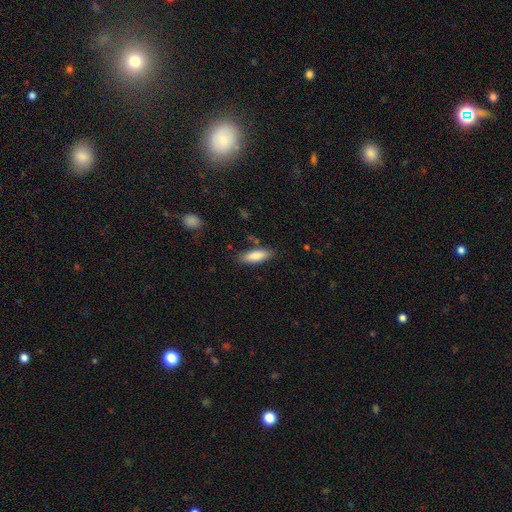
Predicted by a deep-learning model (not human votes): A smooth galaxy with no disk features (85%) that is in between round and cigar-shaped (63%).

Vote fractions:
- Smooth or featured? smooth: 85% / featured or disk: 9% / star or artifact: 6%
- How rounded? in between: 63% / cigar-shaped: 35% / round: 2%
- Merging? none: 82% / minor disturbance: 12% / major disturbance: 3% / merger: 3%